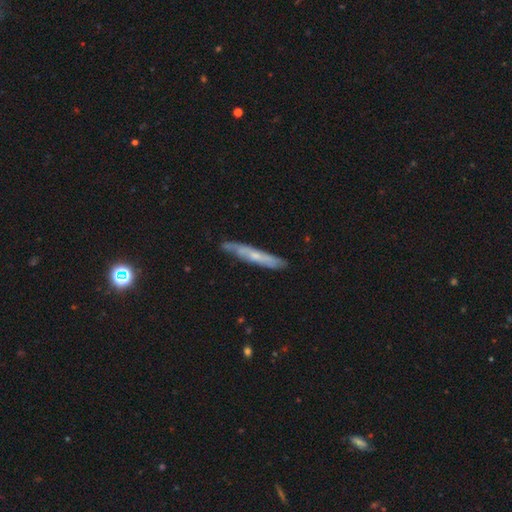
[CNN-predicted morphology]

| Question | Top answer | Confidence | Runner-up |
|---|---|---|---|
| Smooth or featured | featured or disk | 55% | smooth (38%) |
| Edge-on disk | yes | 75% | no (25%) |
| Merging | none | 79% | minor disturbance (17%) |